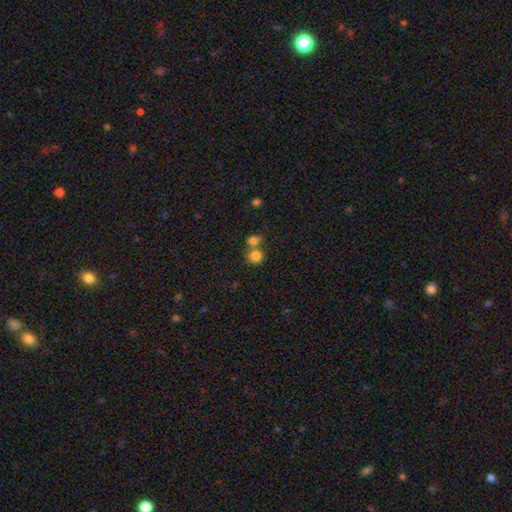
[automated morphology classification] Smooth or featured? Predicted: smooth (p=0.80). How rounded? Predicted: round (p=0.83). Merging? Predicted: merger (p=0.46).